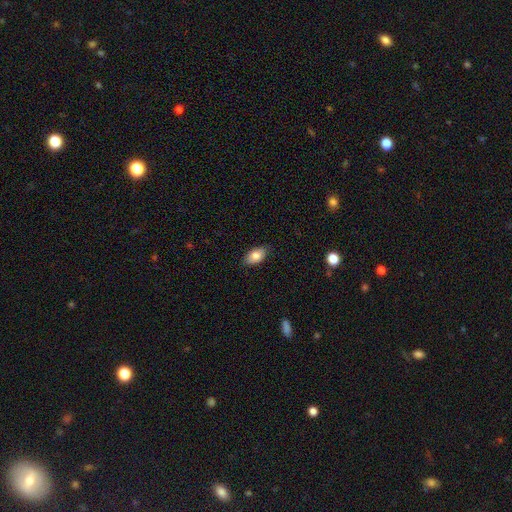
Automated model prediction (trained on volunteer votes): smooth-or-featured: smooth: 81% | featured or disk: 12% | star or artifact: 7%
  how-rounded: in between: 93% | round: 5% | cigar-shaped: 2%
  merging: none: 85% | minor disturbance: 12% | major disturbance: 2% | merger: 1%